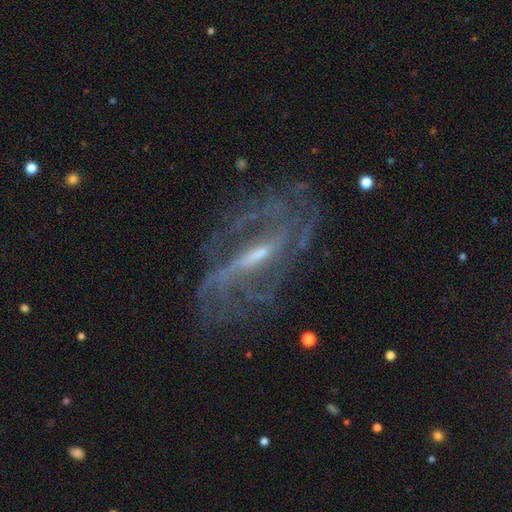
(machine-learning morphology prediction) Smooth or featured?
  - featured or disk: 86% *
  - star or artifact: 8%
  - smooth: 6%
Edge-on disk?
  - no: 88% *
  - yes: 12%
Bar?
  - strong: 48% *
  - weak: 37%
  - no: 15%
Spiral arms?
  - yes: 88% *
  - no: 12%
Spiral winding?
  - medium: 41% *
  - loose: 33%
  - tight: 26%
Spiral arm count?
  - 2: 39% *
  - can't tell: 29%
  - 3: 12%
  - 4: 8%
  - 1: 6%
  - more than 4: 6%
Bulge size?
  - small: 49% *
  - moderate: 34%
  - none: 11%
  - large: 4%
  - dominant: 1%
Merging?
  - none: 58% *
  - major disturbance: 21%
  - minor disturbance: 18%
  - merger: 3%